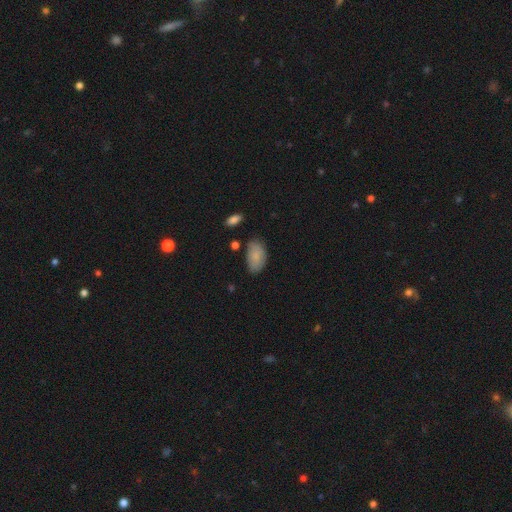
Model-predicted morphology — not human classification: Smooth or featured?
  - smooth: 83% *
  - featured or disk: 11%
  - star or artifact: 6%
How rounded?
  - in between: 94% *
  - round: 5%
  - cigar-shaped: 2%
Merging?
  - none: 73% *
  - minor disturbance: 20%
  - major disturbance: 4%
  - merger: 3%